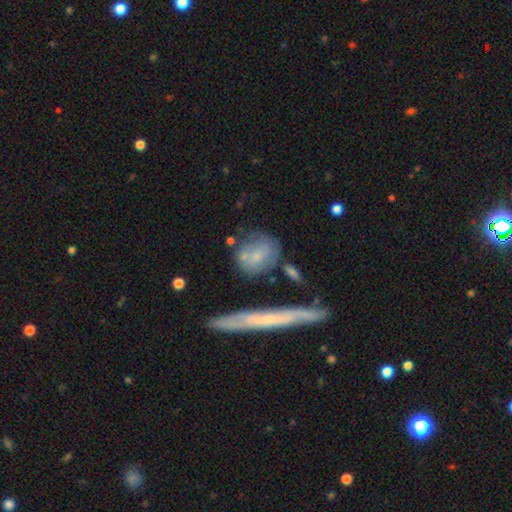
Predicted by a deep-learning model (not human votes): This appears to be a smooth galaxy with no disk features (63%) that is round (51%). Merging: none (62%).